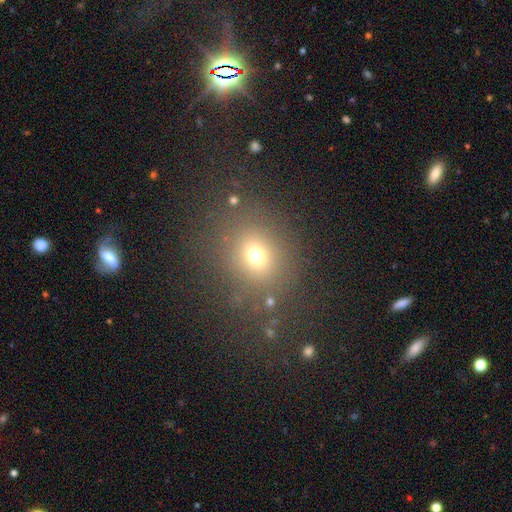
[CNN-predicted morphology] The model was most divided on "how rounded": round: 72%, in between: 27%, cigar-shaped: 1%. More confident: merging — none (78%); smooth or featured — smooth (69%).